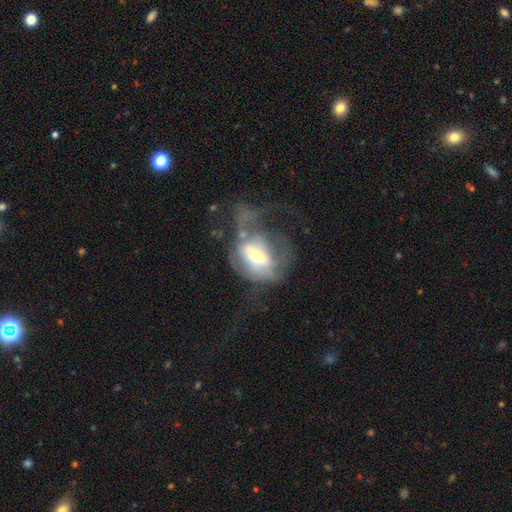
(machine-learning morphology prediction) featured or disk 55%, smooth 35%, star or artifact 10%. Down the decision tree: edge-on disk — no (92%); bar — weak (37%); spiral arms — no (64%); bulge size — moderate (50%); merging — major disturbance (57%).